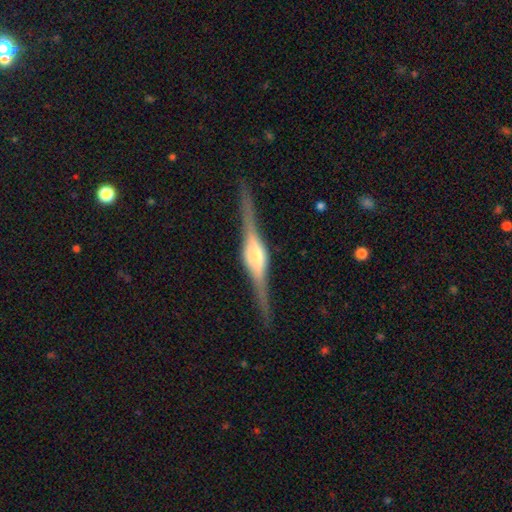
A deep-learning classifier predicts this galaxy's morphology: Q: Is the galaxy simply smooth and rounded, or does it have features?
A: featured or disk — 86%.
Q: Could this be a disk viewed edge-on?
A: yes — 98%.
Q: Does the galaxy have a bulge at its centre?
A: rounded — 83%.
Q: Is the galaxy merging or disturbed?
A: none — 85%.